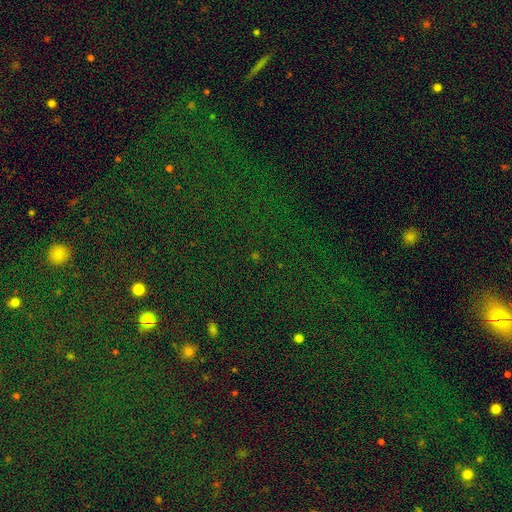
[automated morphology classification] Smooth or featured? star or artifact (78%)